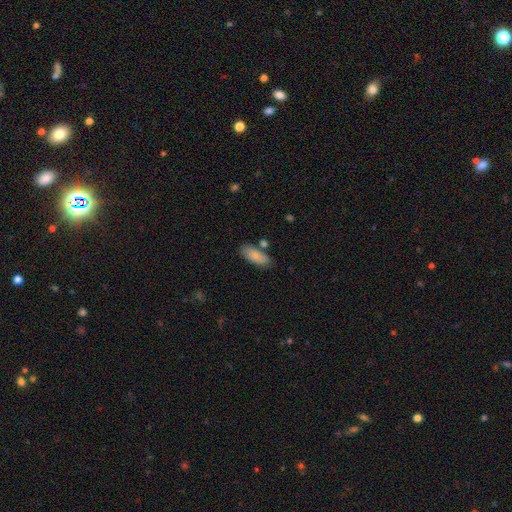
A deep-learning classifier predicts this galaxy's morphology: Q: Smooth or featured?
A: smooth (86%); runner-up: featured or disk (8%)
Q: How rounded?
A: in between (80%); runner-up: cigar-shaped (18%)
Q: Merging?
A: none (74%); runner-up: minor disturbance (14%)